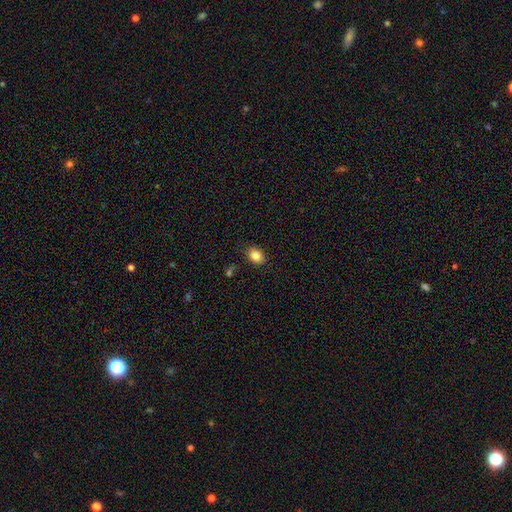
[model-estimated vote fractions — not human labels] Smooth or featured? smooth (84%)
How rounded? in between (73%)
Merging? none (88%)